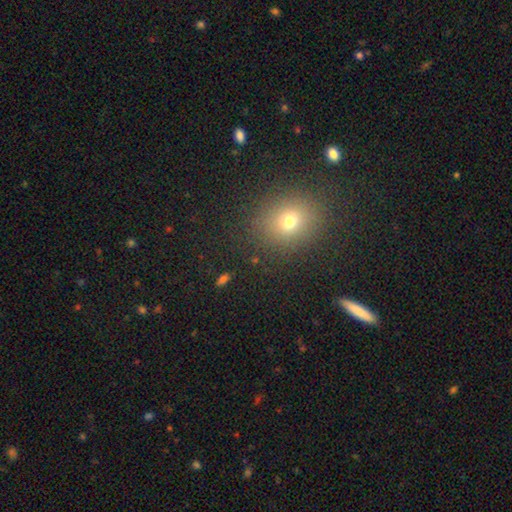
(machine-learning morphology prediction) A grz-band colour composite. It shows a smooth galaxy with no disk features (65%) that is round (70%). Merging: none (89%).